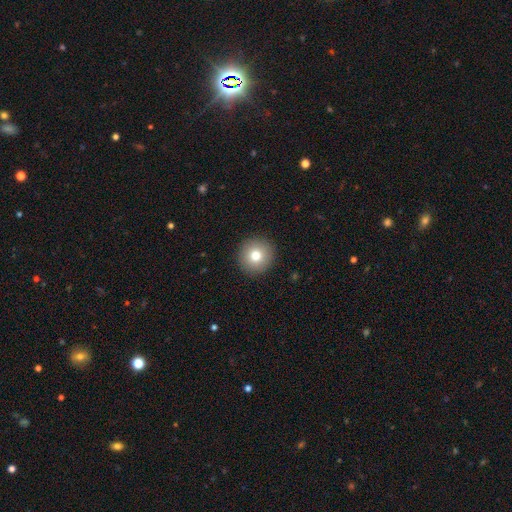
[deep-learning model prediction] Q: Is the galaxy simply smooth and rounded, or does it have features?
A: smooth — 77%.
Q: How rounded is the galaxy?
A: round — 95%.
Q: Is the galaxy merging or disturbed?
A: none — 92%.